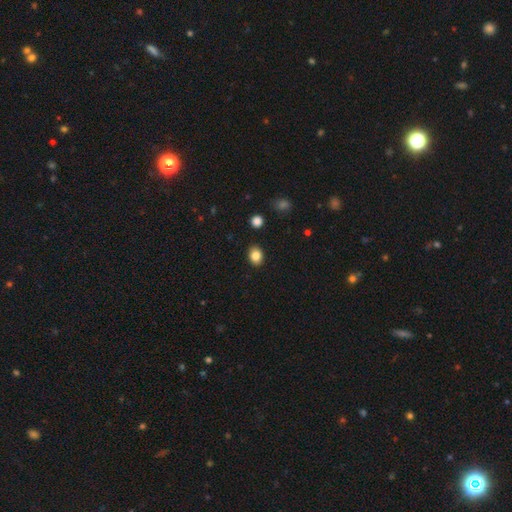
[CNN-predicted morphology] type=smooth (84%); roundness=in between (62%); merging=none (89%).